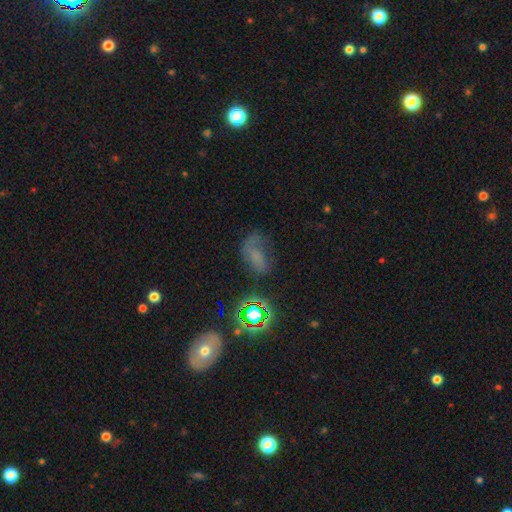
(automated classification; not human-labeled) A smooth galaxy with no disk features (39%).

Vote fractions:
- Smooth or featured? smooth: 39% / featured or disk: 31% / star or artifact: 29%
- Merging? none: 40% / major disturbance: 30% / minor disturbance: 26% / merger: 4%